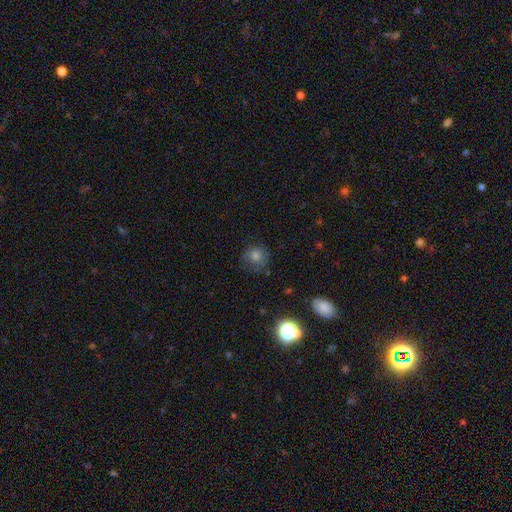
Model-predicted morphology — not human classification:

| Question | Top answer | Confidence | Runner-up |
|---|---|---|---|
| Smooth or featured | smooth | 66% | star or artifact (21%) |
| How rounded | round | 87% | in between (12%) |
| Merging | none | 73% | minor disturbance (18%) |